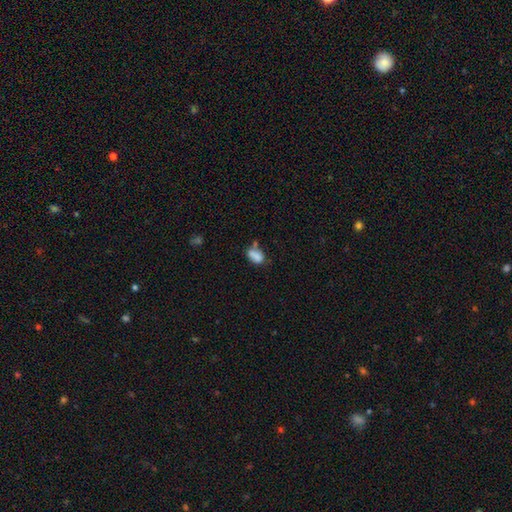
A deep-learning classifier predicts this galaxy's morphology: smooth 77%, featured or disk 12%, star or artifact 10%. Down the decision tree: how rounded — in between (83%); merging — none (42%).